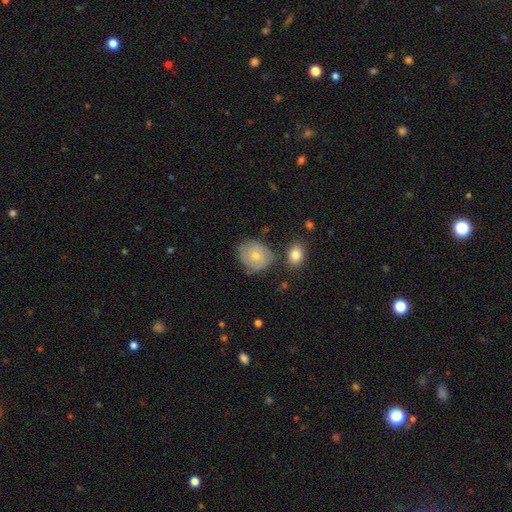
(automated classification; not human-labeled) This is possibly a smooth galaxy (58%). How rounded: likely round (67%). Merging: likely none (64%).